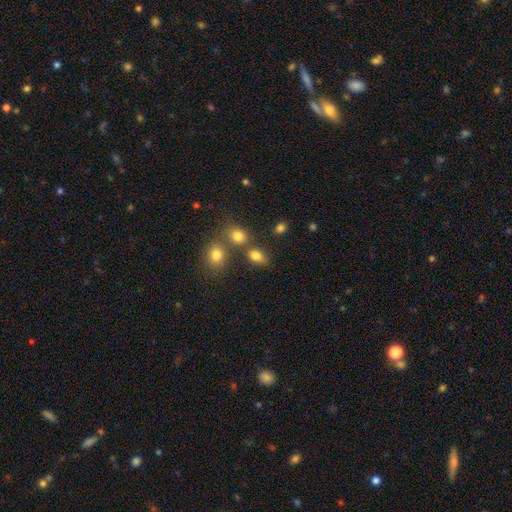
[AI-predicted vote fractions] Smooth or featured? Predicted: smooth (p=0.80). How rounded? Predicted: in between (p=0.71). Merging? Predicted: none (p=0.61).